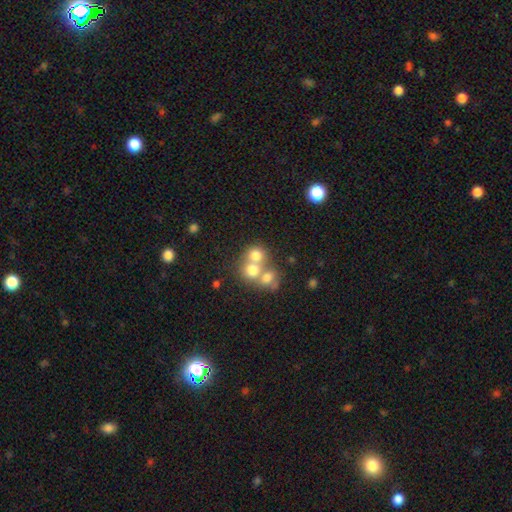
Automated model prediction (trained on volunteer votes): Smooth or featured? smooth (69%)
How rounded? round (79%)
Merging? merger (56%)